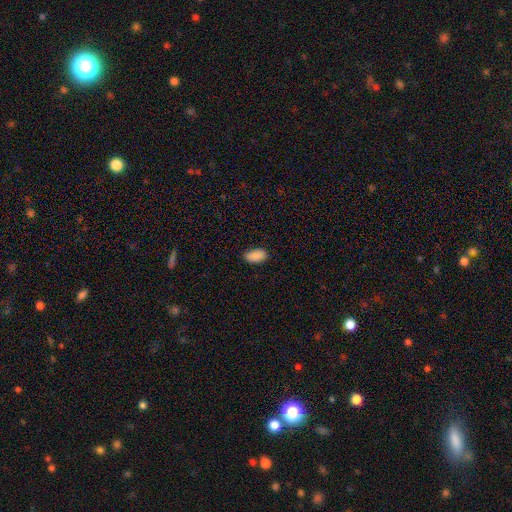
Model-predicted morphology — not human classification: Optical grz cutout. It shows a smooth galaxy with no disk features (89%) that is in between round and cigar-shaped (94%). Merging: none (83%).